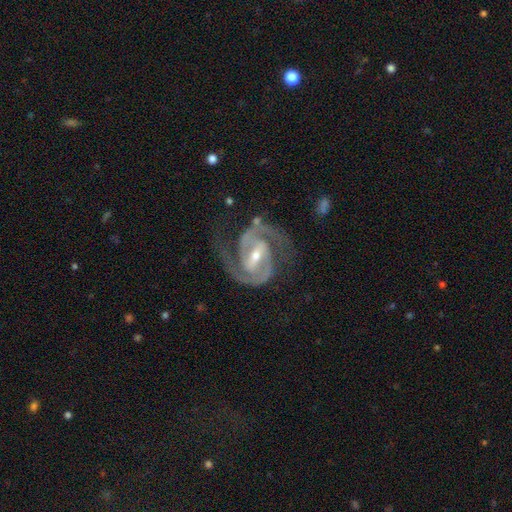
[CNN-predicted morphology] type=featured or disk (94%); edge-on=no (98%); bar=strong (57%); spiral arms=yes (99%); winding=medium (55%); arm count=2 (93%); bulge=small (49%); merging=none (76%).